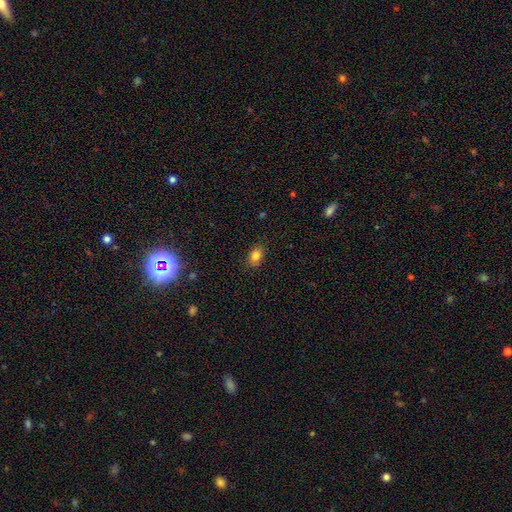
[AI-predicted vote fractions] smooth-or-featured: smooth: 83% | star or artifact: 10% | featured or disk: 7%
  how-rounded: in between: 73% | round: 26% | cigar-shaped: 1%
  merging: none: 85% | minor disturbance: 11% | major disturbance: 3% | merger: 1%